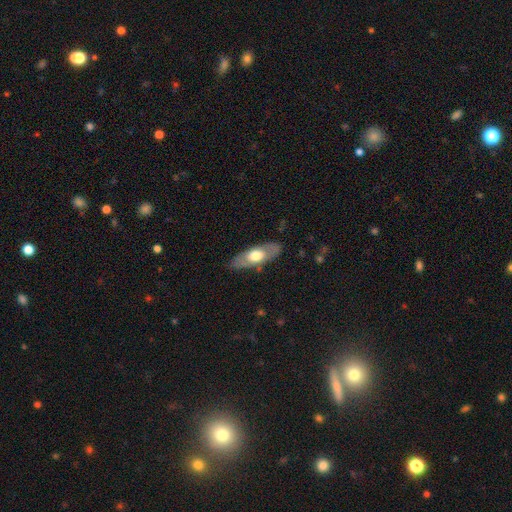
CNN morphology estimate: Overall: smooth (52%; featured or disk 43%). How rounded: in between (73%). Merging: none (81%).